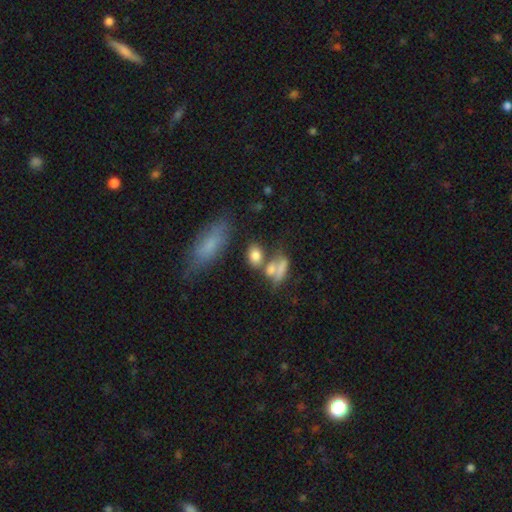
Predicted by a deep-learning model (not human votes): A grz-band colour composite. It shows a smooth galaxy with no disk features (76%) that is in between round and cigar-shaped (76%). Merging: none (41%).